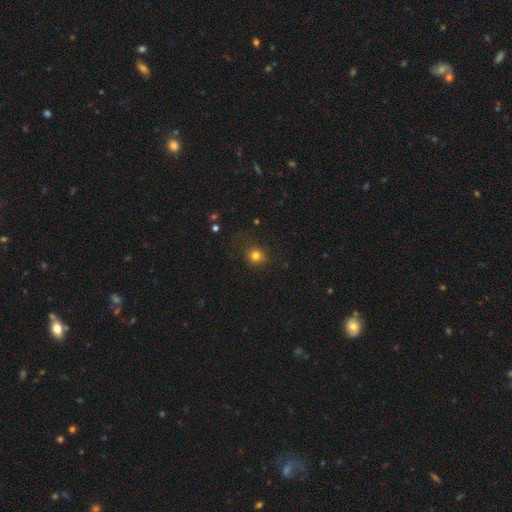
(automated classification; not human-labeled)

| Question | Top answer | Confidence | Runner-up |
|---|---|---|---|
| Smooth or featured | smooth | 79% | star or artifact (15%) |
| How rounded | round | 87% | in between (12%) |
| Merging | none | 81% | minor disturbance (12%) |